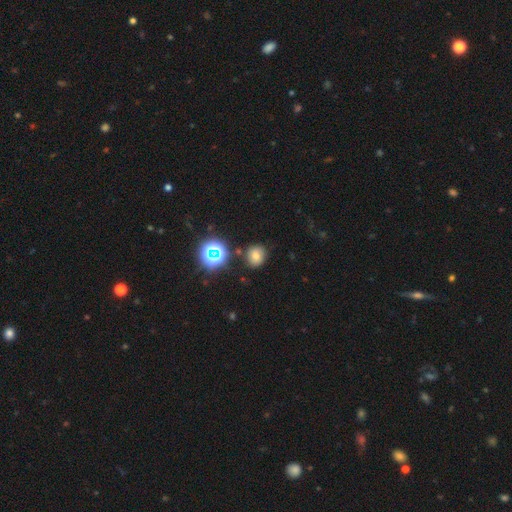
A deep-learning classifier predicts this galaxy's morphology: smooth_or_featured: smooth (p=0.66) [alt: star or artifact p=0.22]
how_rounded: round (p=0.80) [alt: in between p=0.19]
merging: none (p=0.83) [alt: minor disturbance p=0.10]